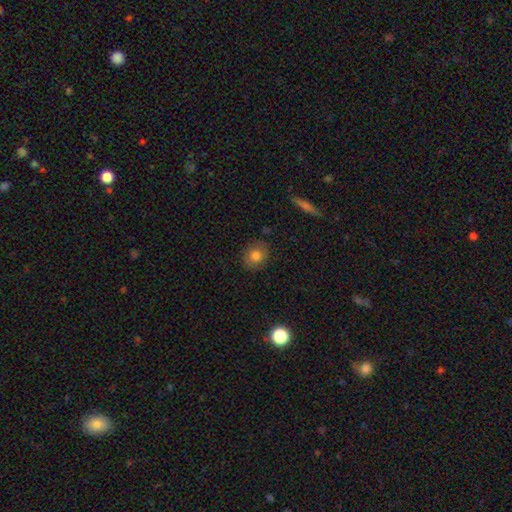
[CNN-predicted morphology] Q: Smooth or featured?
A: smooth (79%); runner-up: featured or disk (12%)
Q: How rounded?
A: round (74%); runner-up: in between (25%)
Q: Merging?
A: none (85%); runner-up: minor disturbance (11%)